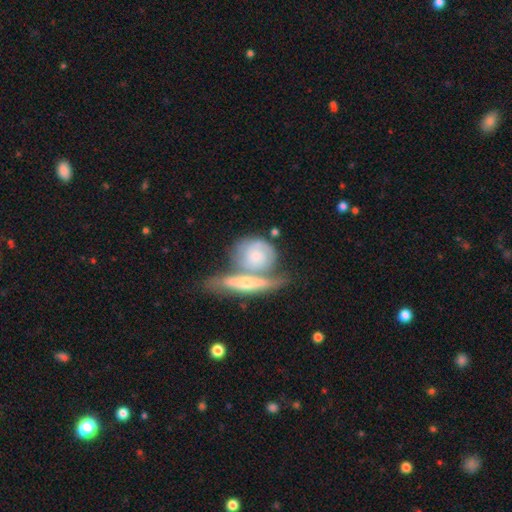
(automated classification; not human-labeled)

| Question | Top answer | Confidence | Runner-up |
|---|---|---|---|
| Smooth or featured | featured or disk | 61% | smooth (35%) |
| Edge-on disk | no | 83% | yes (17%) |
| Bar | no | 78% | weak (18%) |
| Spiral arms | yes | 74% | no (26%) |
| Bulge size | small | 49% | moderate (38%) |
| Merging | merger | 44% | none (35%) |